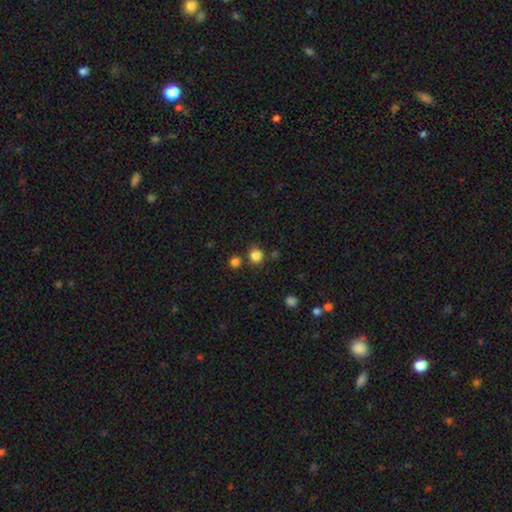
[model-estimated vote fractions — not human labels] Overall: smooth (84%). How rounded: round (90%). Merging: none (81%).